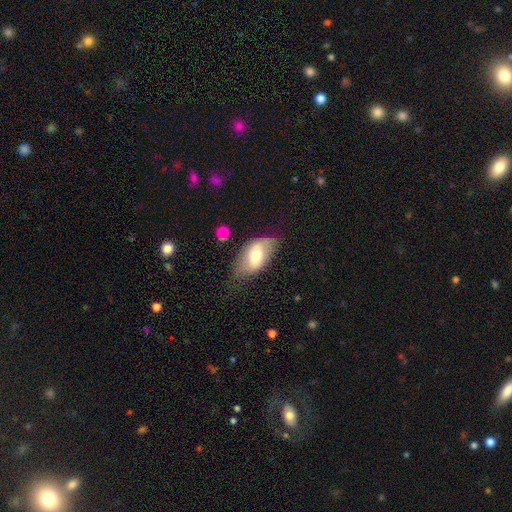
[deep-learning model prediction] Smooth or featured: smooth — 61% (featured or disk — 33%)
How rounded: in between — 93% (round — 4%)
Merging: none — 56% (minor disturbance — 30%)